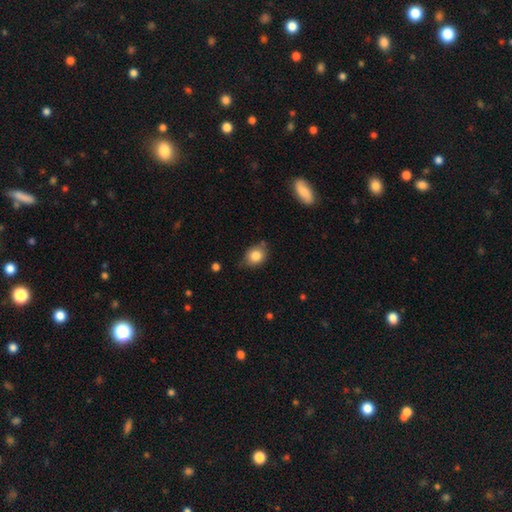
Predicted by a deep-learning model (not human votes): This is clearly a smooth galaxy (82%). How rounded: possibly in between (54%). Merging: likely none (65%).